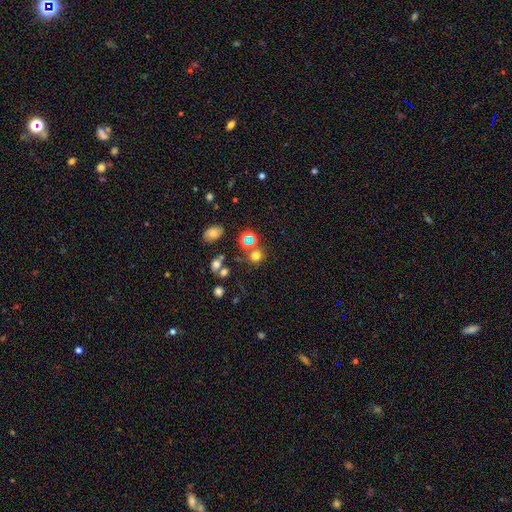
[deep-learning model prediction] This is likely a smooth galaxy (62%). How rounded: clearly round (84%). Merging: likely none (69%).